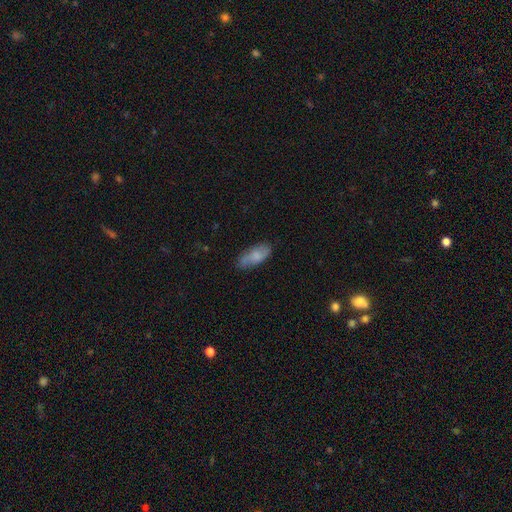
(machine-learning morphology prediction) Smooth or featured?
  - smooth: 75% *
  - featured or disk: 18%
  - star or artifact: 6%
How rounded?
  - in between: 80% *
  - cigar-shaped: 18%
  - round: 2%
Merging?
  - none: 74% *
  - minor disturbance: 20%
  - major disturbance: 4%
  - merger: 2%